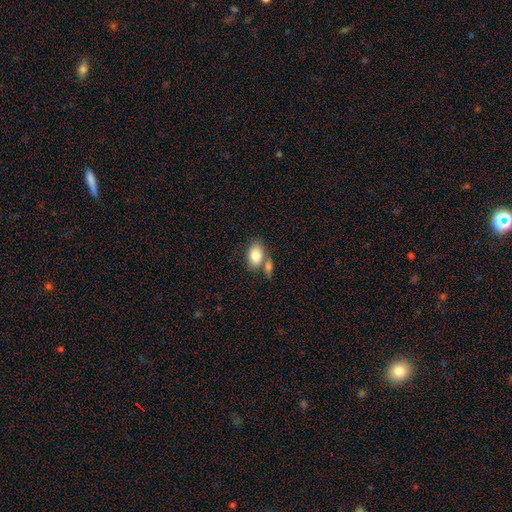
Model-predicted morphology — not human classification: This is clearly a smooth galaxy (83%). How rounded: clearly in between (88%). Merging: possibly none (47%).